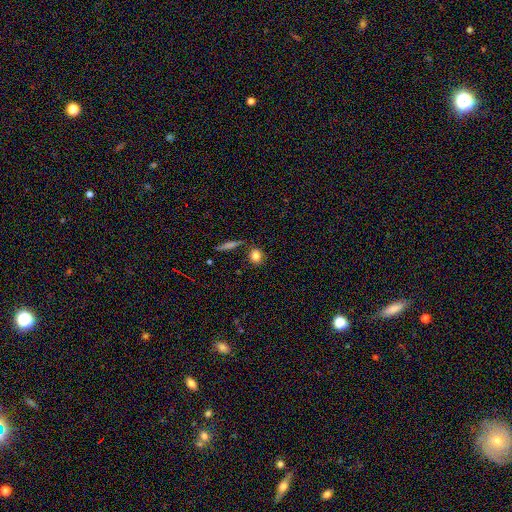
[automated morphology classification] Q: Smooth or featured?
A: smooth (83%); runner-up: star or artifact (10%)
Q: How rounded?
A: round (65%); runner-up: in between (31%)
Q: Merging?
A: none (82%); runner-up: minor disturbance (10%)